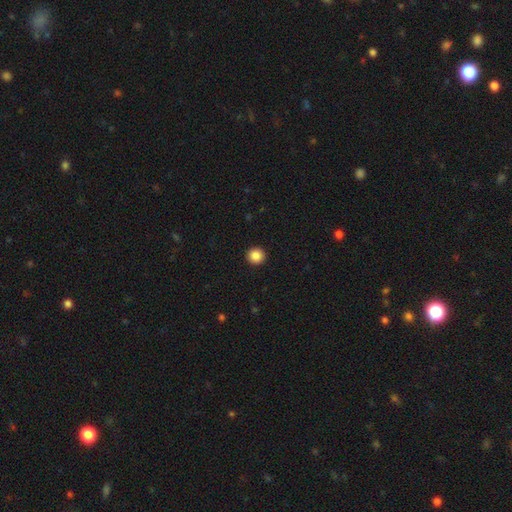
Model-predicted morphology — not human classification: Overall: smooth (87%). How rounded: round (95%). Merging: none (94%).